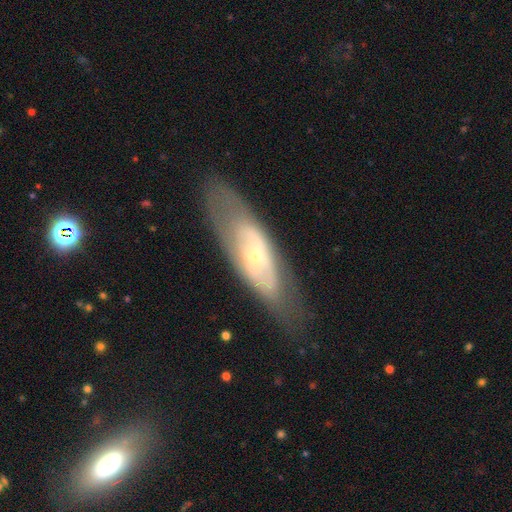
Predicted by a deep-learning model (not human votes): This appears to be a featured or disk galaxy (62%). Merging: none (70%).